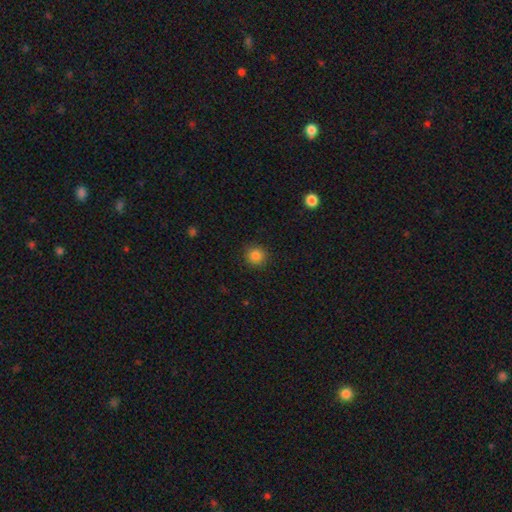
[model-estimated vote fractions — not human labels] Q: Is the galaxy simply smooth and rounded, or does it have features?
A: smooth — 84%.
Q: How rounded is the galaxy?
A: round — 92%.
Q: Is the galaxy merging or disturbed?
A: none — 91%.